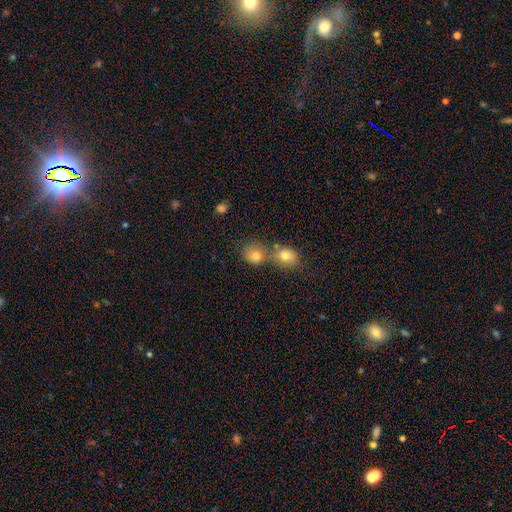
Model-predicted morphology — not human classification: This appears to be a smooth galaxy with no disk features (78%) that is round (77%). Merging: merger (49%).